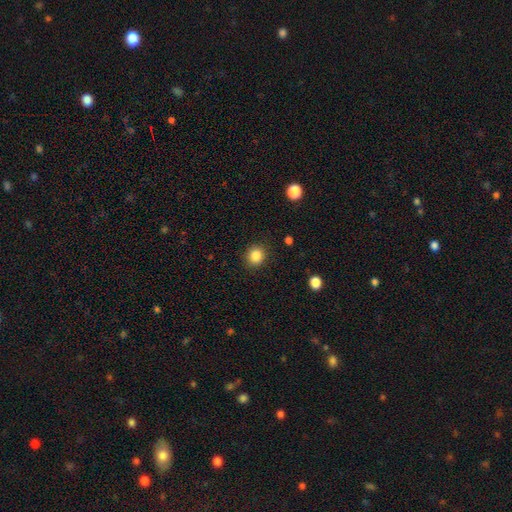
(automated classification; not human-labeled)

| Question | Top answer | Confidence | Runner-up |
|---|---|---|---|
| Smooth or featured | smooth | 86% | star or artifact (10%) |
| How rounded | round | 84% | in between (15%) |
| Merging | none | 90% | minor disturbance (7%) |